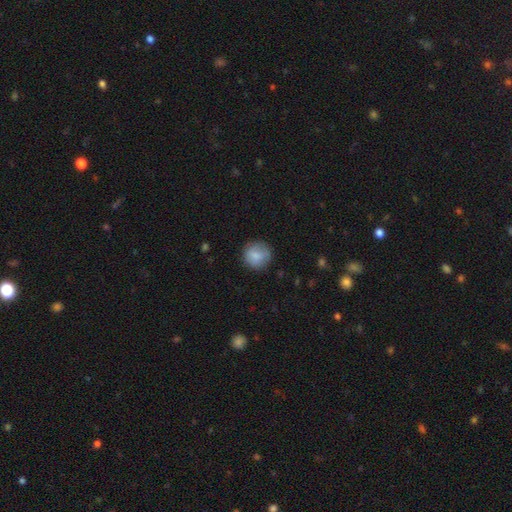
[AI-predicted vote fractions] Overall: smooth (81%). How rounded: round (91%). Merging: none (81%).